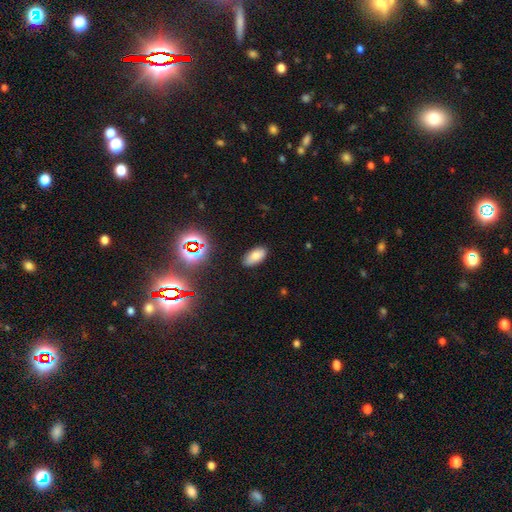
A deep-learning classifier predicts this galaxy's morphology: This is likely a smooth galaxy (78%). How rounded: clearly in between (92%). Merging: clearly none (86%).